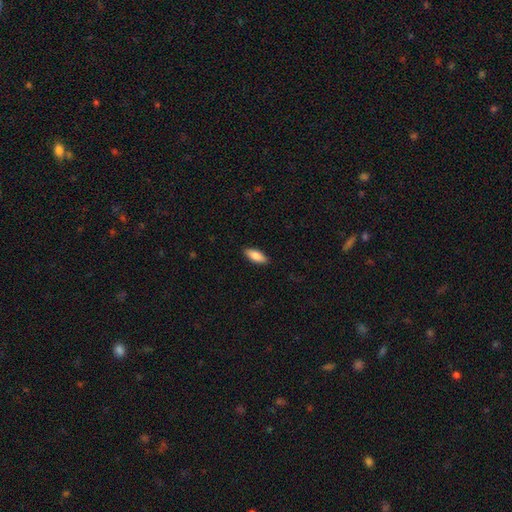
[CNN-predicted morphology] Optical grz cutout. It shows a smooth galaxy with no disk features (85%) that is in between round and cigar-shaped (76%). Merging: none (89%).